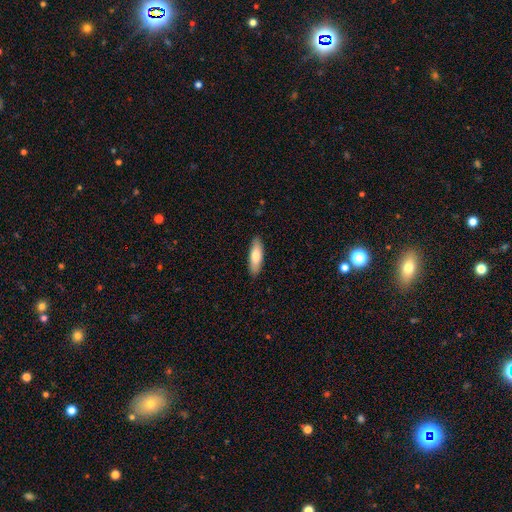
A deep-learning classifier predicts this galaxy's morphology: Smooth or featured?
  - smooth: 77% *
  - featured or disk: 18%
  - star or artifact: 5%
How rounded?
  - in between: 53% *
  - cigar-shaped: 45%
  - round: 2%
Merging?
  - none: 89% *
  - minor disturbance: 8%
  - major disturbance: 2%
  - merger: 1%